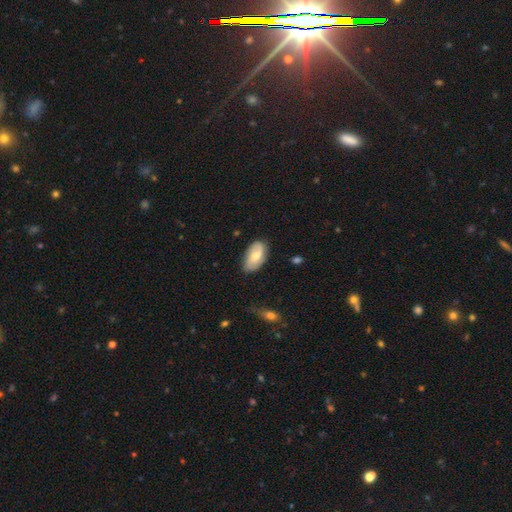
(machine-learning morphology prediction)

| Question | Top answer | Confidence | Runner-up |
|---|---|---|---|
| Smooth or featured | featured or disk | 50% | smooth (44%) |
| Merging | none | 77% | minor disturbance (18%) |